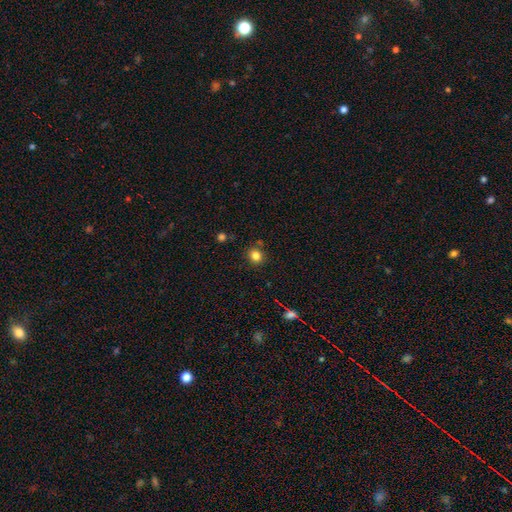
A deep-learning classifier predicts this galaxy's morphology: smooth_or_featured: smooth (p=0.83) [alt: star or artifact p=0.12]
how_rounded: round (p=0.78) [alt: in between p=0.21]
merging: none (p=0.84) [alt: minor disturbance p=0.10]